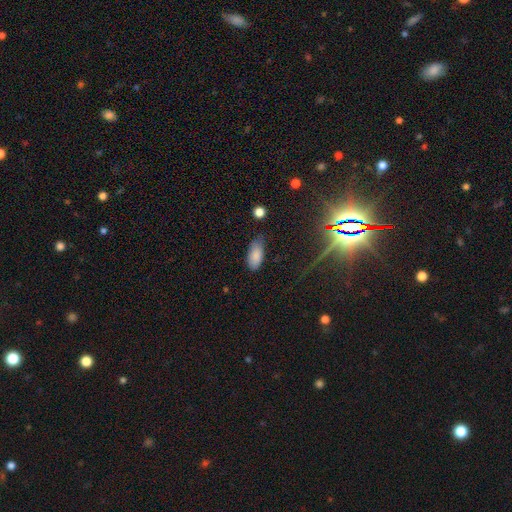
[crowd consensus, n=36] Q: Smooth or featured?
A: smooth (94%); runner-up: featured or disk (3%)
Q: How rounded?
A: in between (88%); runner-up: cigar-shaped (12%)
Q: Merging?
A: minor disturbance (49%); runner-up: none (43%)